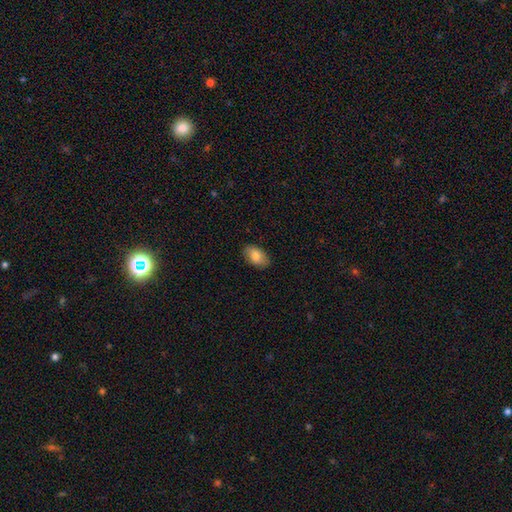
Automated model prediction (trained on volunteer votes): Overall: smooth (81%). How rounded: in between (93%). Merging: none (86%).